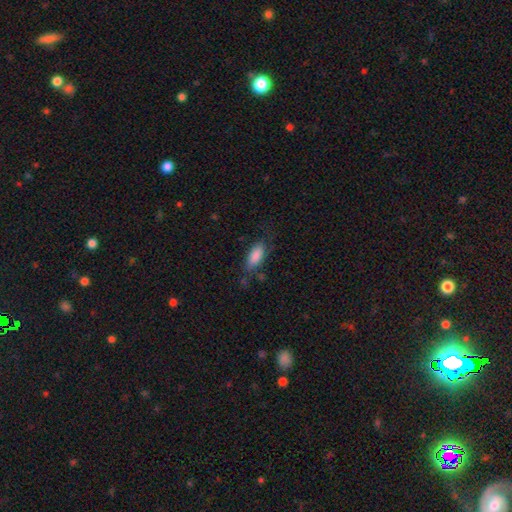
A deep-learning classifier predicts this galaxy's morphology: A smooth galaxy with no disk features (83%) that is in between round and cigar-shaped (83%). Merging: none (60%).